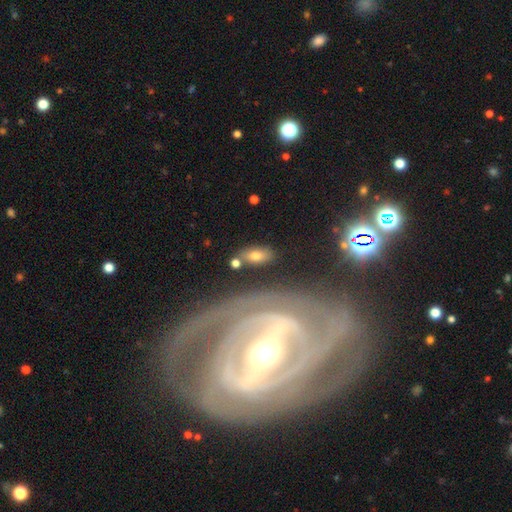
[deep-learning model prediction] Smooth or featured? smooth (72%)
How rounded? in between (86%)
Merging? none (68%)